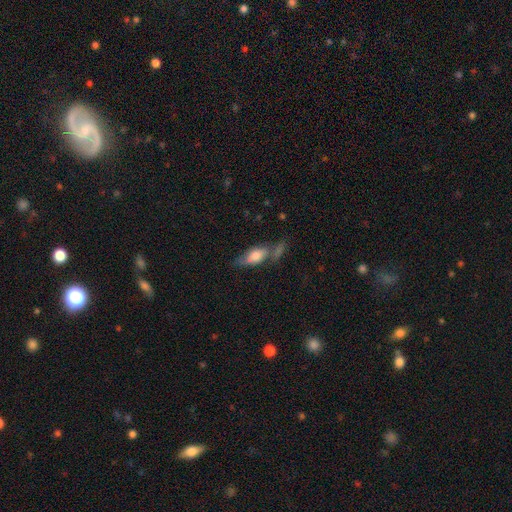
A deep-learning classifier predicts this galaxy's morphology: type=smooth (58%); roundness=in between (74%); merging=none (46%).